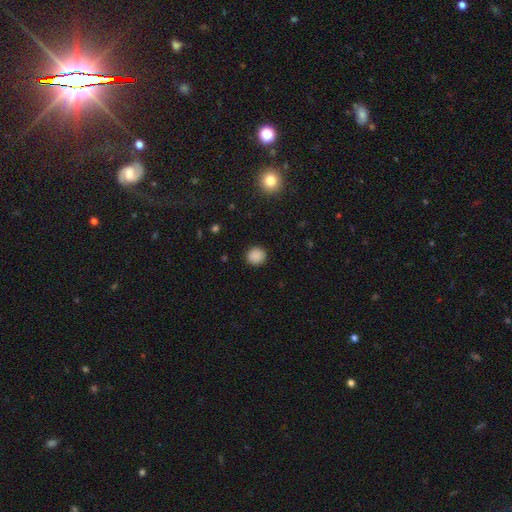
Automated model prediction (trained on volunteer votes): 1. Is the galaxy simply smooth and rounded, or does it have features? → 87% smooth, 10% star or artifact, 3% featured or disk.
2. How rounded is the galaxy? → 91% round, 8% in between, 1% cigar-shaped.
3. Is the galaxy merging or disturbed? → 90% none, 6% minor disturbance, 2% major disturbance, 1% merger.